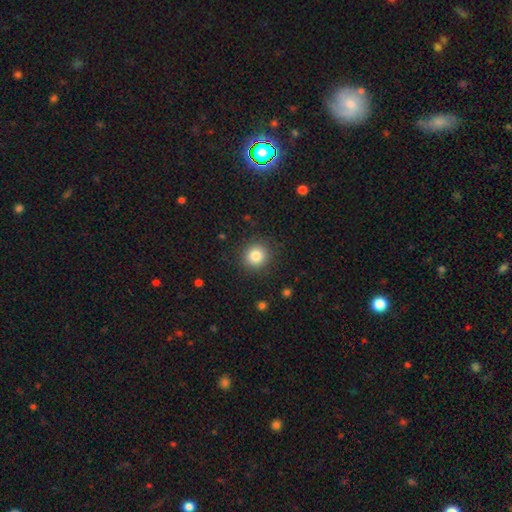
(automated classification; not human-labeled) smooth_or_featured: smooth (p=0.83) [alt: star or artifact p=0.11]
how_rounded: round (p=0.90) [alt: in between p=0.09]
merging: none (p=0.89) [alt: minor disturbance p=0.07]